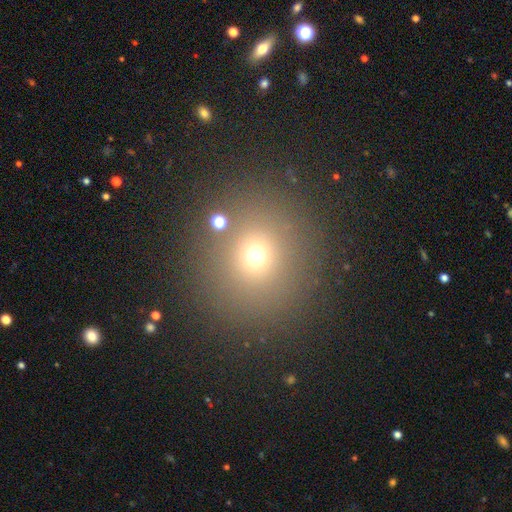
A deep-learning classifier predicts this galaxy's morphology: A smooth galaxy with no disk features (65%) that is round (91%).

Vote fractions:
- Smooth or featured? smooth: 65% / star or artifact: 25% / featured or disk: 9%
- How rounded? round: 91% / in between: 8% / cigar-shaped: 1%
- Merging? none: 86% / minor disturbance: 7% / merger: 4% / major disturbance: 4%